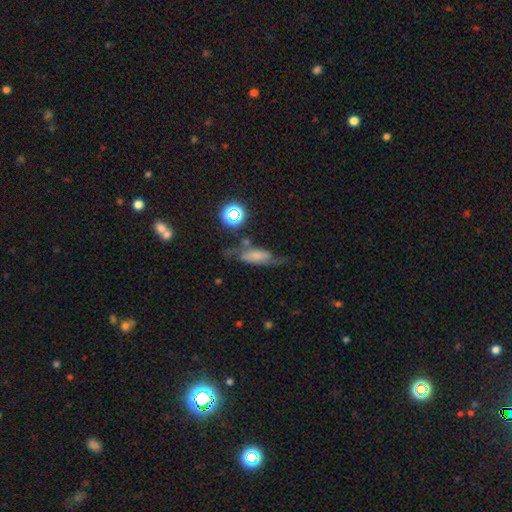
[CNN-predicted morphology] smooth-or-featured: featured or disk: 49% | smooth: 38% | star or artifact: 13%
  merging: none: 47% | minor disturbance: 25% | major disturbance: 21% | merger: 7%